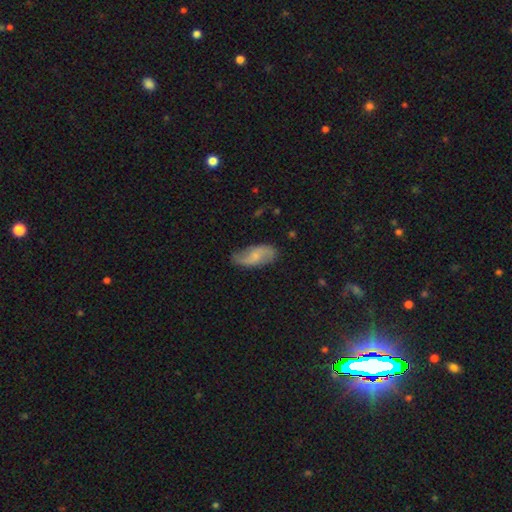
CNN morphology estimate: featured or disk 58%, smooth 35%, star or artifact 7%. Down the decision tree: edge-on disk — no (94%); bar — no (56%); spiral arms — yes (90%); bulge size — small (58%); merging — none (74%).